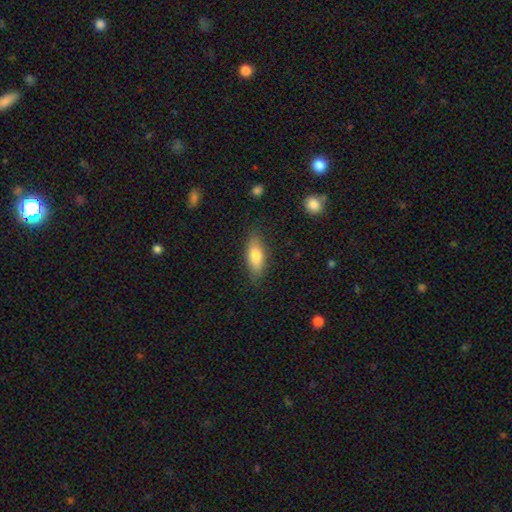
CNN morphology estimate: A smooth galaxy with no disk features (74%) that is in between round and cigar-shaped (71%).

Vote fractions:
- Smooth or featured? smooth: 74% / featured or disk: 20% / star or artifact: 7%
- How rounded? in between: 71% / cigar-shaped: 26% / round: 3%
- Merging? none: 83% / minor disturbance: 12% / major disturbance: 3% / merger: 1%